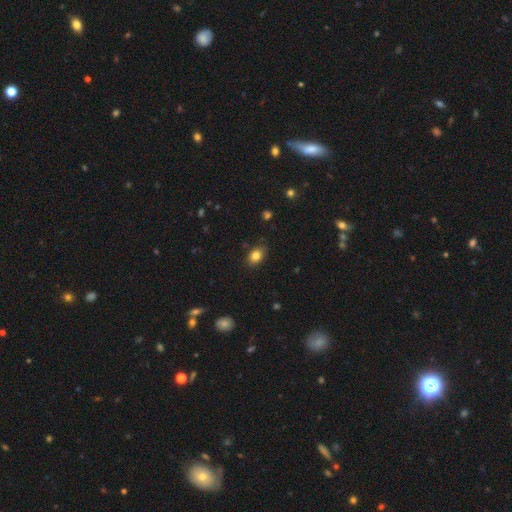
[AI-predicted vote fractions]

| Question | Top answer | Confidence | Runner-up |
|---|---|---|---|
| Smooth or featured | smooth | 83% | star or artifact (10%) |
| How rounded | in between | 74% | round (25%) |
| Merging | none | 83% | minor disturbance (13%) |